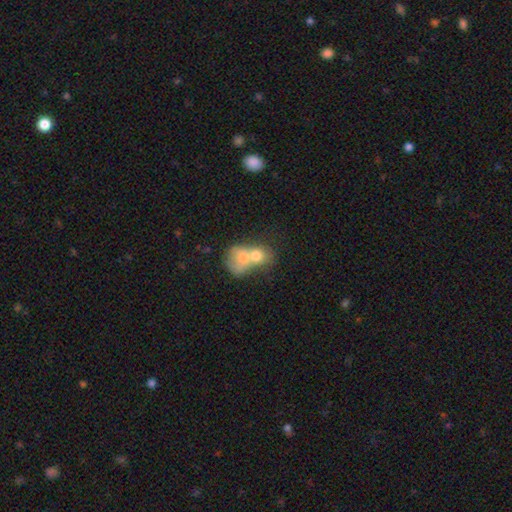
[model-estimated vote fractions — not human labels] Smooth or featured? Predicted: smooth (p=0.69). How rounded? Predicted: round (p=0.54). Merging? Predicted: merger (p=0.75).